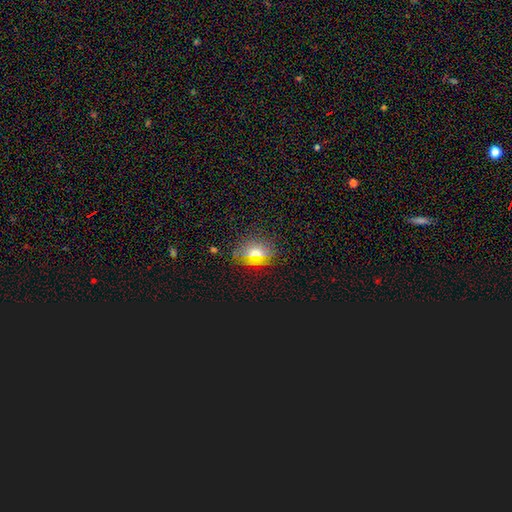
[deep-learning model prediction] Q: Smooth or featured?
A: smooth (62%); runner-up: star or artifact (25%)
Q: How rounded?
A: round (50%); runner-up: in between (46%)
Q: Merging?
A: none (85%); runner-up: minor disturbance (10%)